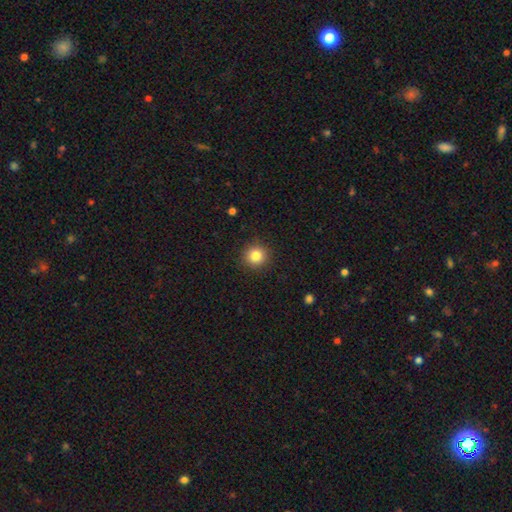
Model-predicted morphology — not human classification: A smooth galaxy with no disk features (83%) that is round (94%).

Vote fractions:
- Smooth or featured? smooth: 83% / star or artifact: 11% / featured or disk: 6%
- How rounded? round: 94% / in between: 5% / cigar-shaped: 1%
- Merging? none: 91% / minor disturbance: 6% / major disturbance: 2% / merger: 1%